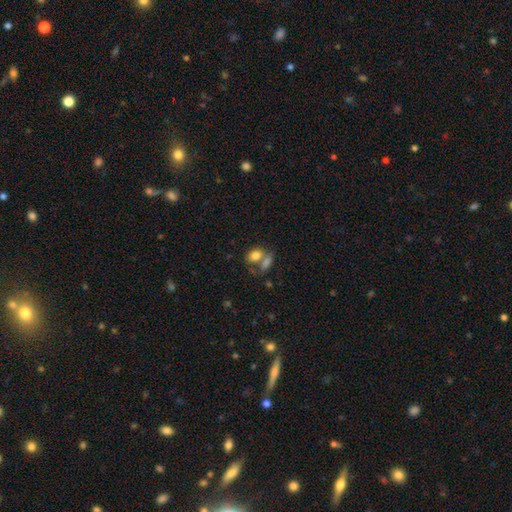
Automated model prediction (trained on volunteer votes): A smooth galaxy with no disk features (78%) that is in between round and cigar-shaped (78%).

Vote fractions:
- Smooth or featured? smooth: 78% / featured or disk: 12% / star or artifact: 9%
- How rounded? in between: 78% / round: 19% / cigar-shaped: 3%
- Merging? merger: 44% / none: 39% / minor disturbance: 11% / major disturbance: 6%